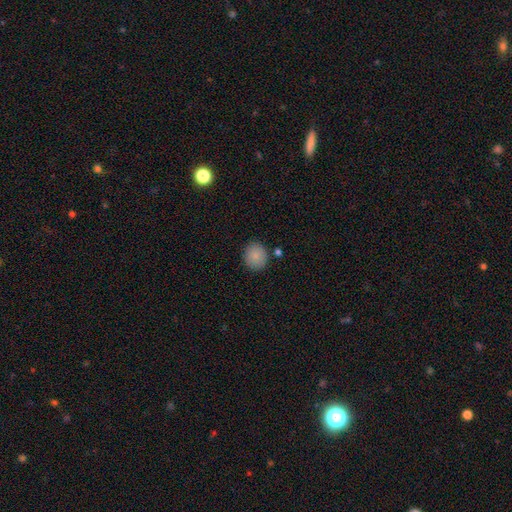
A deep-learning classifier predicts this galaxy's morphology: A smooth galaxy with no disk features (88%) that is round (78%).

Vote fractions:
- Smooth or featured? smooth: 88% / star or artifact: 8% / featured or disk: 5%
- How rounded? round: 78% / in between: 22% / cigar-shaped: 1%
- Merging? none: 84% / minor disturbance: 9% / merger: 4% / major disturbance: 3%